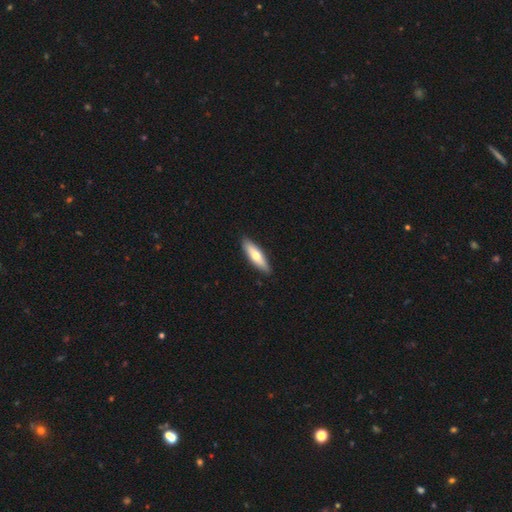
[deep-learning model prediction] smooth 61%, featured or disk 34%, star or artifact 5%. Down the decision tree: how rounded — cigar-shaped (59%); merging — none (90%).